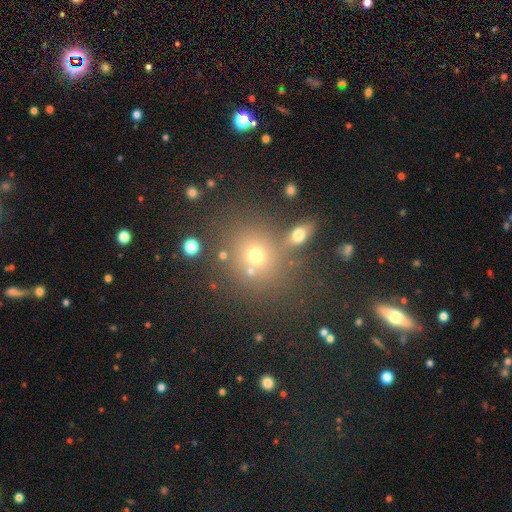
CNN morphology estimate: This is likely a smooth galaxy (66%). How rounded: likely round (79%). Merging: likely none (69%).